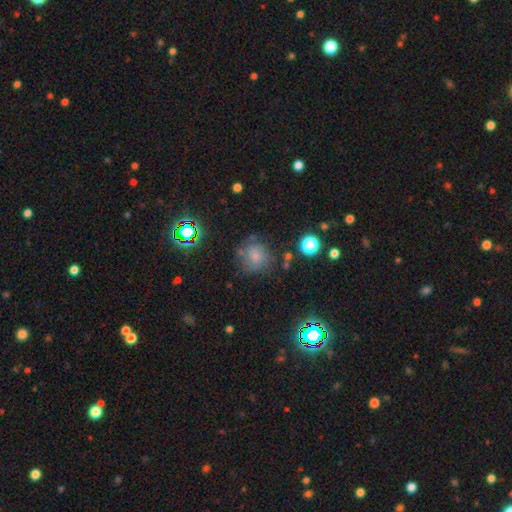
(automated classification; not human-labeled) This is likely a smooth galaxy (61%). How rounded: clearly round (86%). Merging: likely none (62%).